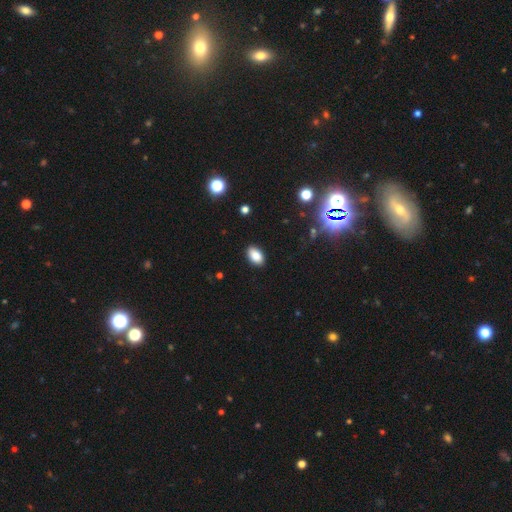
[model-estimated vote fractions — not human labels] Morphology: type=smooth (86%); roundness=in between (91%); merging=none (88%).